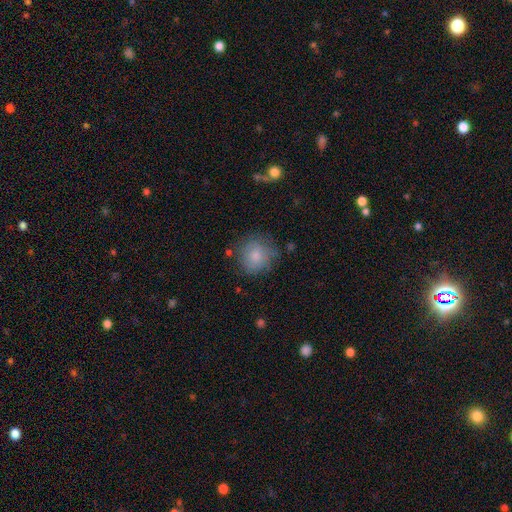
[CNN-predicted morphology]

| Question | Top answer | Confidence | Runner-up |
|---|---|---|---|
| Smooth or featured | smooth | 77% | featured or disk (15%) |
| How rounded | round | 85% | in between (14%) |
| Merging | none | 69% | minor disturbance (21%) |